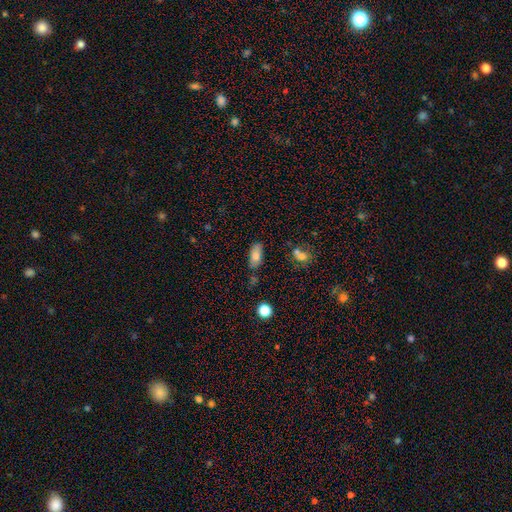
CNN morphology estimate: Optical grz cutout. It shows a smooth galaxy with no disk features (77%) that is in between round and cigar-shaped (87%). Merging: none (73%).